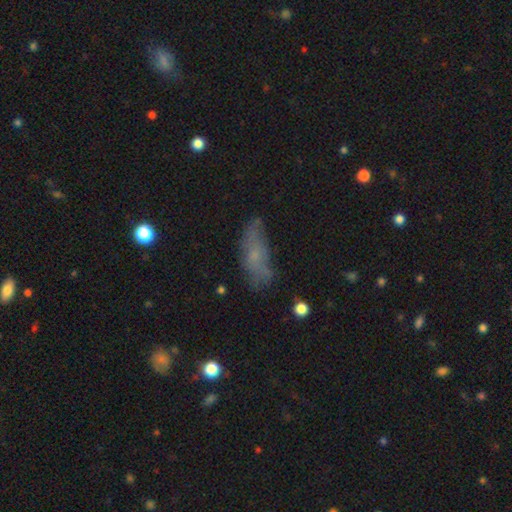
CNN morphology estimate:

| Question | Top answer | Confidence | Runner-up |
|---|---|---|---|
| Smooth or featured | smooth | 57% | featured or disk (28%) |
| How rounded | in between | 65% | cigar-shaped (31%) |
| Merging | none | 54% | minor disturbance (28%) |